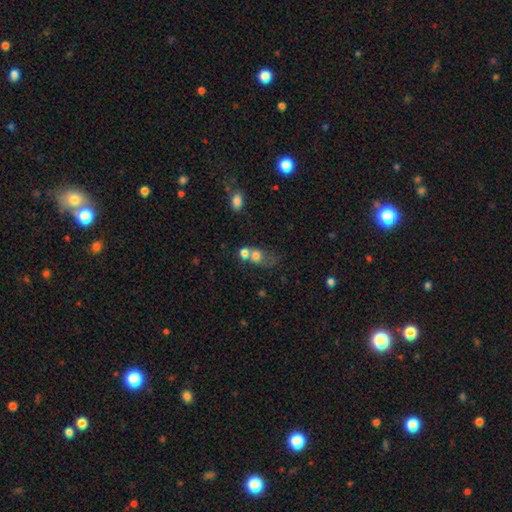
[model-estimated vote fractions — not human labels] Smooth or featured: smooth — 72% (featured or disk — 16%)
How rounded: round — 61% (in between — 37%)
Merging: merger — 62% (none — 23%)